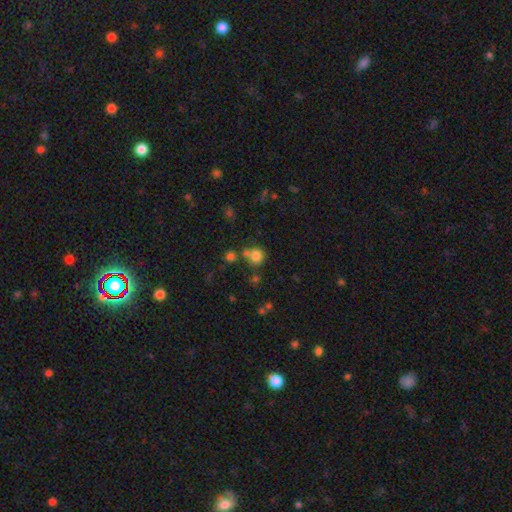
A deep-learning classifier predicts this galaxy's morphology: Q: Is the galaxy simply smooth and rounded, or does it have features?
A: smooth — 78%.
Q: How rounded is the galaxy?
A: round — 90%.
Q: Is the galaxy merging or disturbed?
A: none — 65%.